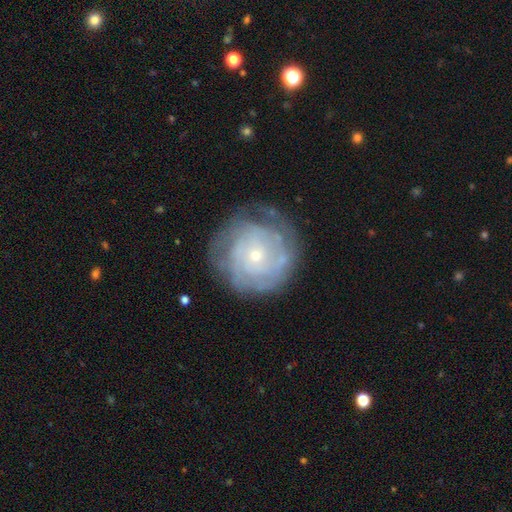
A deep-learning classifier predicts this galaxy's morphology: Smooth or featured? Predicted: featured or disk (p=0.75). Edge-on disk? Predicted: no (p=0.97). Bar? Predicted: no (p=0.81). Spiral arms? Predicted: yes (p=0.84). Spiral winding? Predicted: tight (p=0.76). Spiral arm count? Predicted: can't tell (p=0.53). Bulge size? Predicted: small (p=0.73). Merging? Predicted: none (p=0.70).